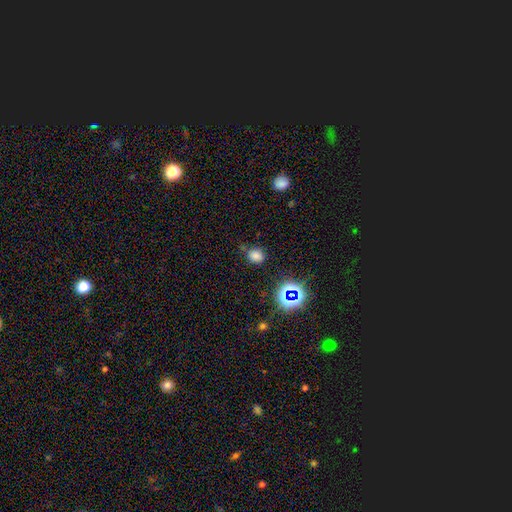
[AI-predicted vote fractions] Morphology: type=smooth (71%); roundness=round (67%); merging=none (75%).